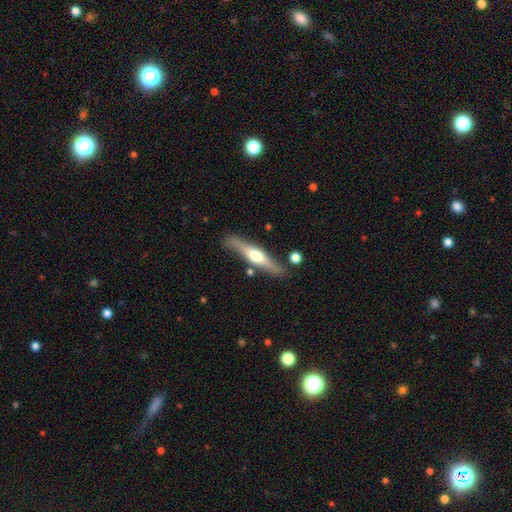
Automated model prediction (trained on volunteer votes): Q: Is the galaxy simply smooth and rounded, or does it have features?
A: featured or disk — 60%.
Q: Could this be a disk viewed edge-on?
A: yes — 93%.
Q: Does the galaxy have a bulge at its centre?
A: rounded — 92%.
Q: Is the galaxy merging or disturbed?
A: none — 80%.